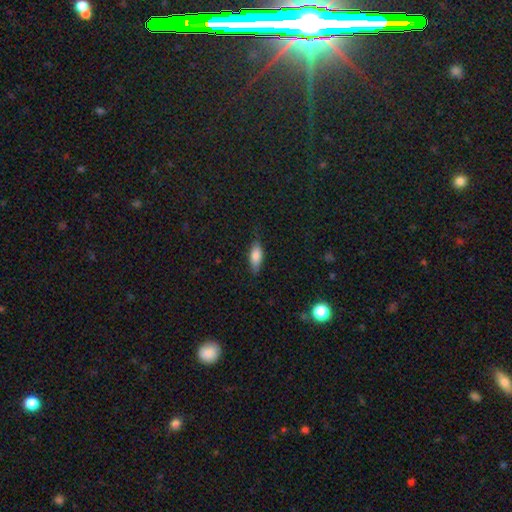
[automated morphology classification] smooth_or_featured: smooth (p=0.79) [alt: featured or disk p=0.14]
how_rounded: in between (p=0.75) [alt: cigar-shaped p=0.22]
merging: none (p=0.79) [alt: minor disturbance p=0.16]